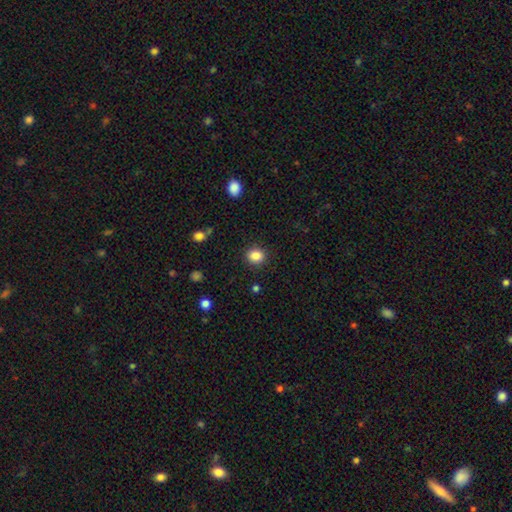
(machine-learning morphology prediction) A smooth galaxy with no disk features (85%) that is round (76%). Merging: none (89%).